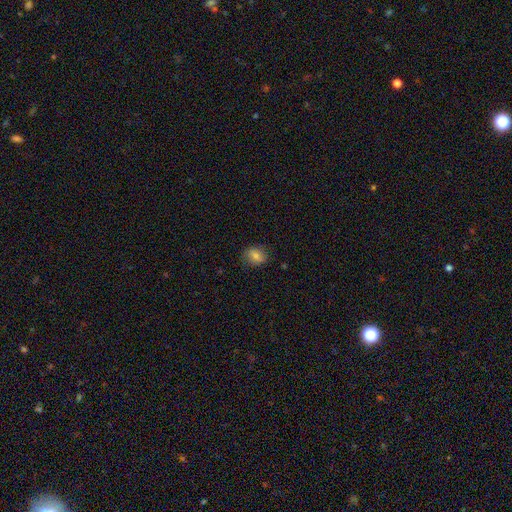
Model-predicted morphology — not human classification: A smooth galaxy with no disk features (78%) that is round (55%). Merging: none (81%).